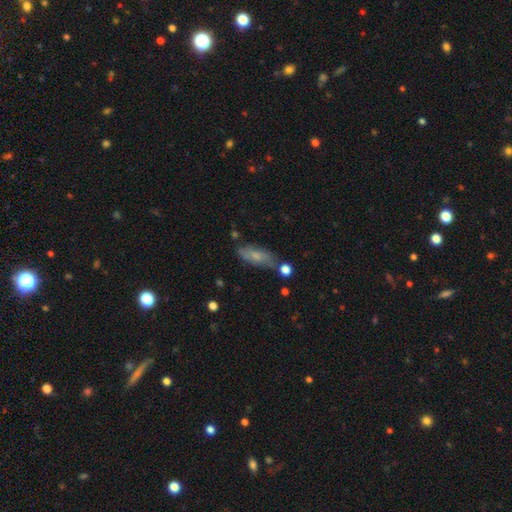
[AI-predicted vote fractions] Smooth or featured: smooth — 57% (featured or disk — 35%)
How rounded: in between — 65% (cigar-shaped — 32%)
Merging: none — 61% (minor disturbance — 23%)